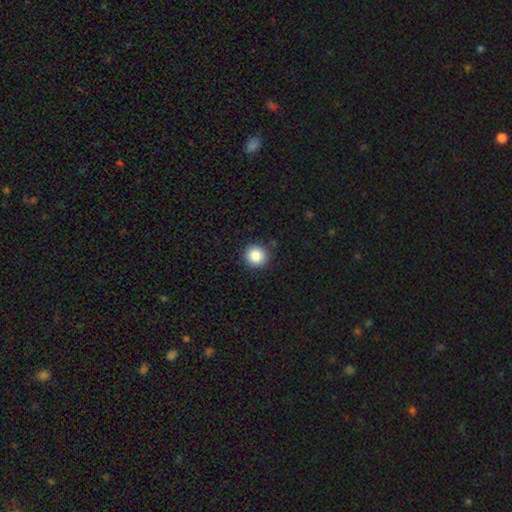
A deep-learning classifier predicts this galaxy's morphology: Overall: smooth (86%). How rounded: round (93%). Merging: none (90%).